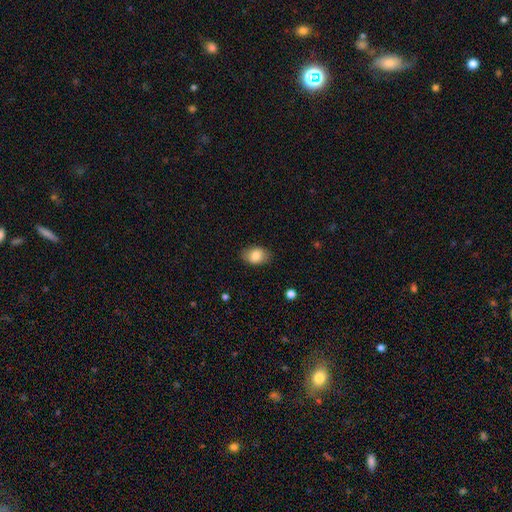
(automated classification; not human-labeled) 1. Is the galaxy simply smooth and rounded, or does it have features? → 84% smooth, 8% featured or disk, 8% star or artifact.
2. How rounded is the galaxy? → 76% in between, 23% round, 1% cigar-shaped.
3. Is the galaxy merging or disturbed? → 83% none, 13% minor disturbance, 3% major disturbance, 1% merger.